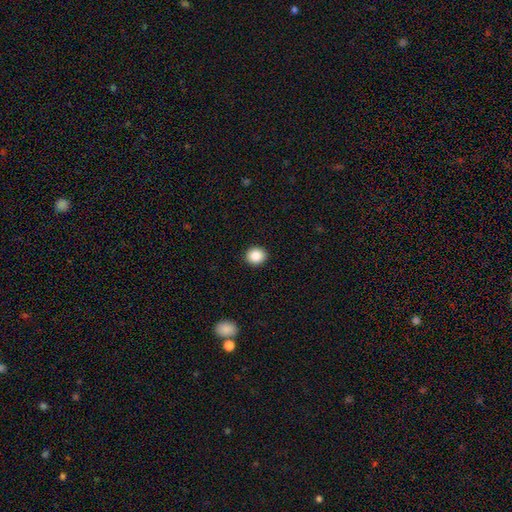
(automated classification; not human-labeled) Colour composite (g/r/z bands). It shows a smooth galaxy with no disk features (88%) that is round (83%). Merging: none (92%).